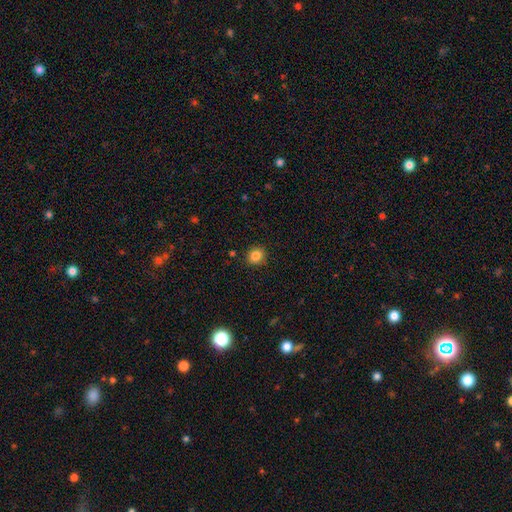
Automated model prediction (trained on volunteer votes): A smooth galaxy with no disk features (84%) that is round (87%). Merging: none (90%).